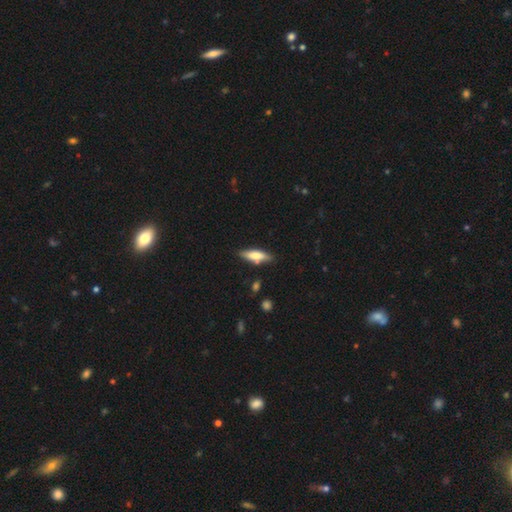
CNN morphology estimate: smooth-or-featured: smooth: 63% | featured or disk: 31% | star or artifact: 6%
  how-rounded: cigar-shaped: 56% | in between: 42% | round: 2%
  merging: none: 80% | minor disturbance: 14% | merger: 3% | major disturbance: 3%